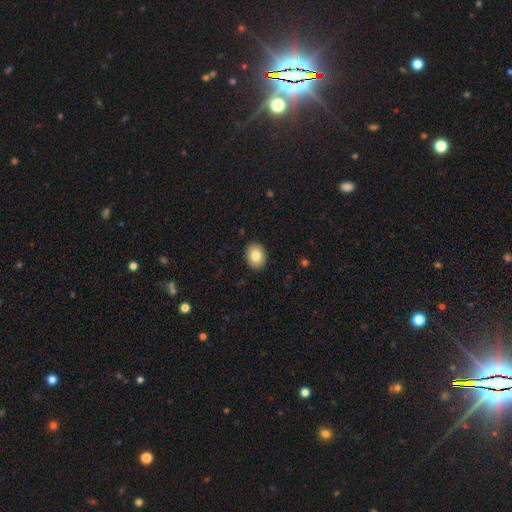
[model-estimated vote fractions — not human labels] Smooth or featured?
  - smooth: 82% *
  - featured or disk: 10%
  - star or artifact: 8%
How rounded?
  - round: 50% *
  - in between: 49%
  - cigar-shaped: 1%
Merging?
  - none: 91% *
  - minor disturbance: 7%
  - major disturbance: 2%
  - merger: 1%